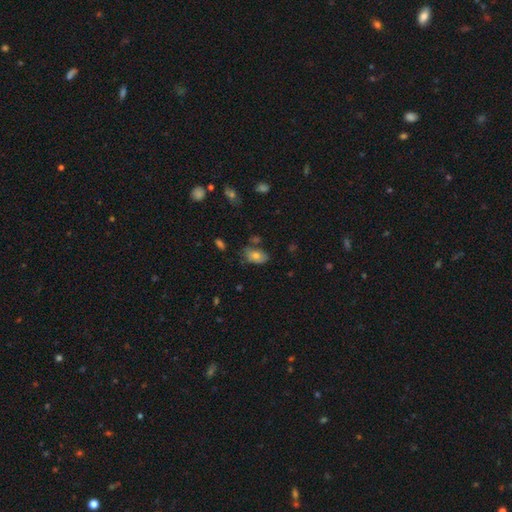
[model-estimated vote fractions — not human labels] A smooth galaxy with no disk features (72%) that is in between round and cigar-shaped (89%). Merging: none (64%).